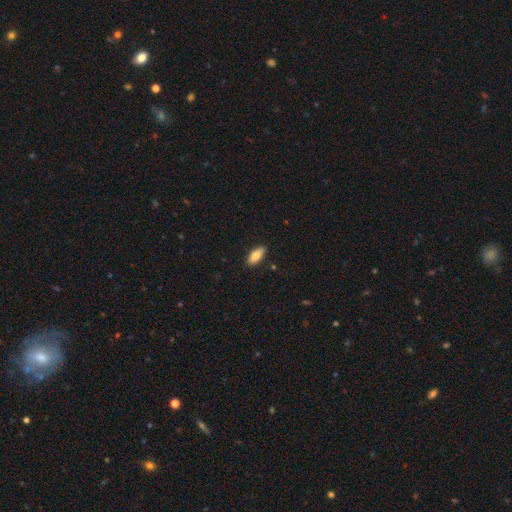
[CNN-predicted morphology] This is clearly a smooth galaxy (84%). How rounded: clearly in between (83%). Merging: clearly none (87%).